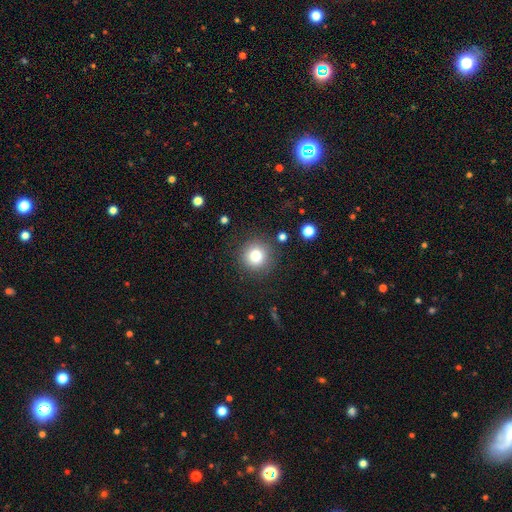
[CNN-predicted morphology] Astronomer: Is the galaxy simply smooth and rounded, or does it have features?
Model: smooth — 80%.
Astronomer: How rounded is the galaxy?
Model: round — 94%.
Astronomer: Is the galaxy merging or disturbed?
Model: none — 85%.